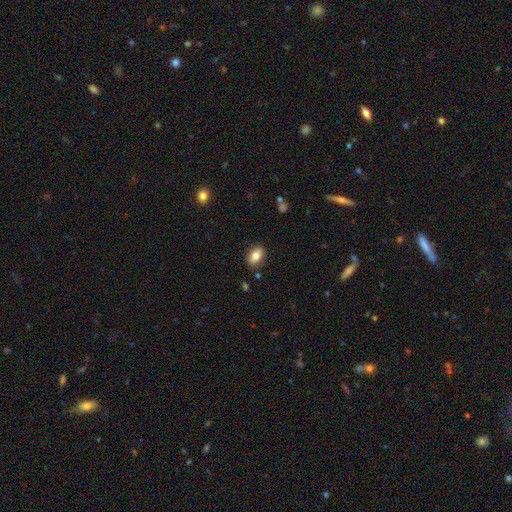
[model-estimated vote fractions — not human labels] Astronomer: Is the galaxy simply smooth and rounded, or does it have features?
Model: smooth — 79%.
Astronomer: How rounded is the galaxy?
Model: in between — 84%.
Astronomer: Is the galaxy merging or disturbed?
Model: none — 86%.